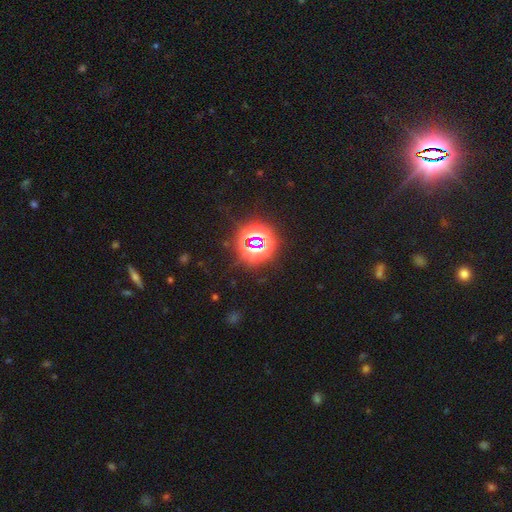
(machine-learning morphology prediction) A star or artifact, not a galaxy (75%).